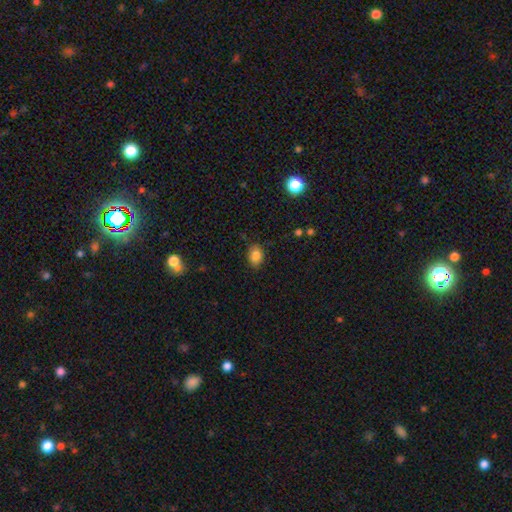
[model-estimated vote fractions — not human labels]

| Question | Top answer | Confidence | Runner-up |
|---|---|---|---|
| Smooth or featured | smooth | 85% | star or artifact (10%) |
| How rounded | in between | 76% | round (22%) |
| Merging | none | 82% | minor disturbance (13%) |